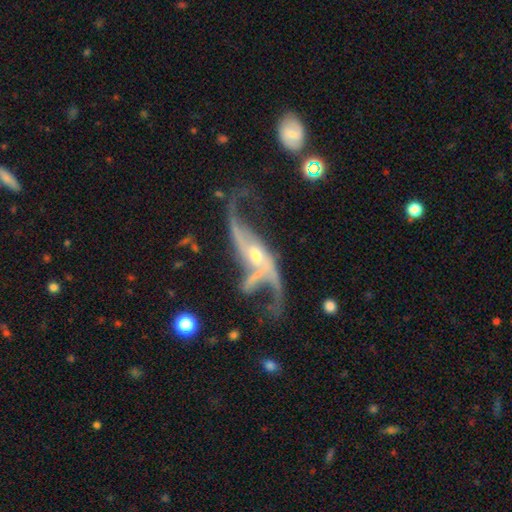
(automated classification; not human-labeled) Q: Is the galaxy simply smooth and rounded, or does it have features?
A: featured or disk — 89%.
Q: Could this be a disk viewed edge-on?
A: no — 90%.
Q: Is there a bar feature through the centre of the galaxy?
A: no — 48%.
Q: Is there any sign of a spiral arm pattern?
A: yes — 95%.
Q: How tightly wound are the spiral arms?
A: loose — 87%.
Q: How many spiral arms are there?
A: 2 — 89%.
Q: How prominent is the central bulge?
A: small — 50%.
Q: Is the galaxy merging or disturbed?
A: none — 47%.